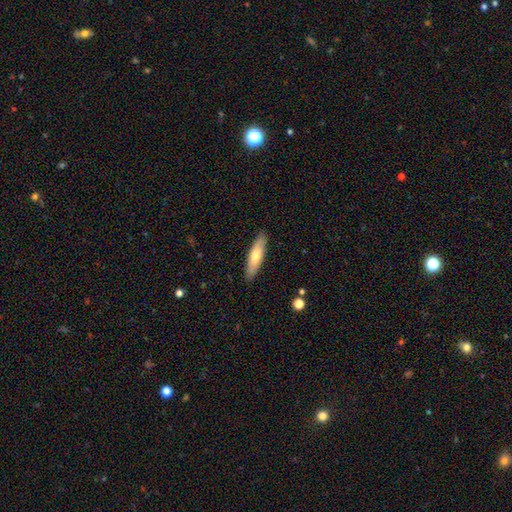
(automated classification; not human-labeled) Smooth or featured: smooth — 65% (featured or disk — 30%)
How rounded: cigar-shaped — 65% (in between — 33%)
Merging: none — 88% (minor disturbance — 9%)